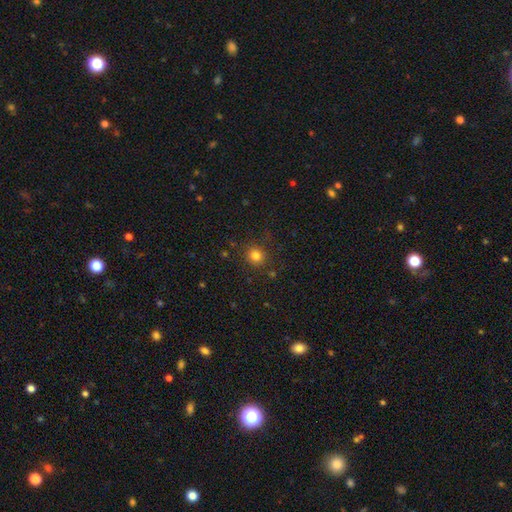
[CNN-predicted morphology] smooth_or_featured: smooth (p=0.80) [alt: star or artifact p=0.14]
how_rounded: round (p=0.85) [alt: in between p=0.14]
merging: none (p=0.85) [alt: minor disturbance p=0.09]